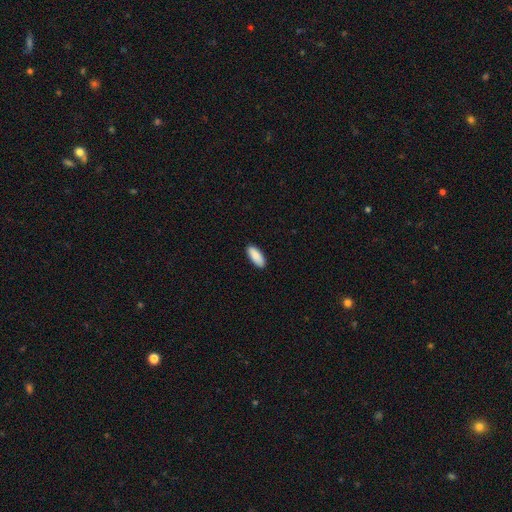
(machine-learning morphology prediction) smooth 91%, star or artifact 5%, featured or disk 4%. Down the decision tree: how rounded — in between (79%); merging — none (90%).